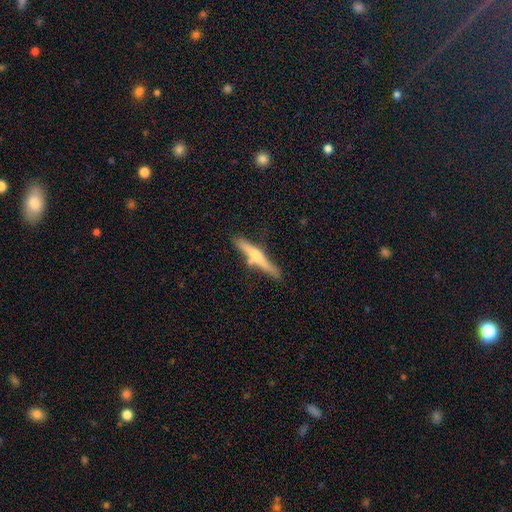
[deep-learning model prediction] smooth-or-featured: featured or disk: 50% | smooth: 44% | star or artifact: 5%
  disk-edge-on: yes: 96% | no: 4%
  merging: none: 76% | minor disturbance: 14% | merger: 7% | major disturbance: 3%